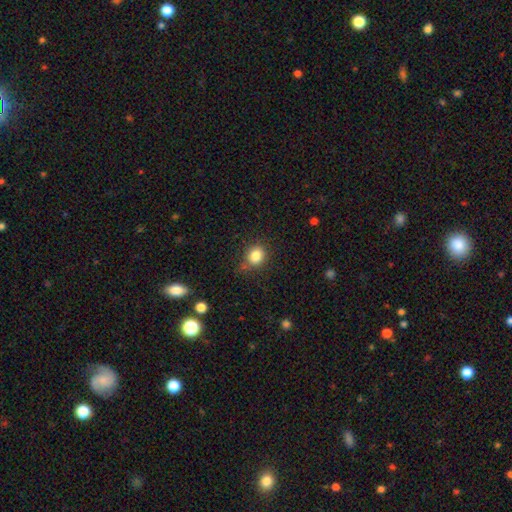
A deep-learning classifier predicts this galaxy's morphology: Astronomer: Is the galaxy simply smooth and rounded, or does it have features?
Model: smooth — 84%.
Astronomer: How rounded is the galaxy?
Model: round — 75%.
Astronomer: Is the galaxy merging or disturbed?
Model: none — 73%.